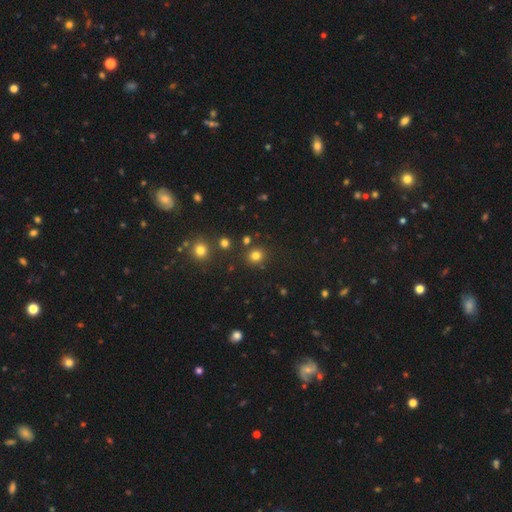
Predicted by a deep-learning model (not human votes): The model was most divided on "smooth or featured": smooth: 78%, star or artifact: 17%, featured or disk: 5%. More confident: how rounded — round (86%); merging — none (85%).